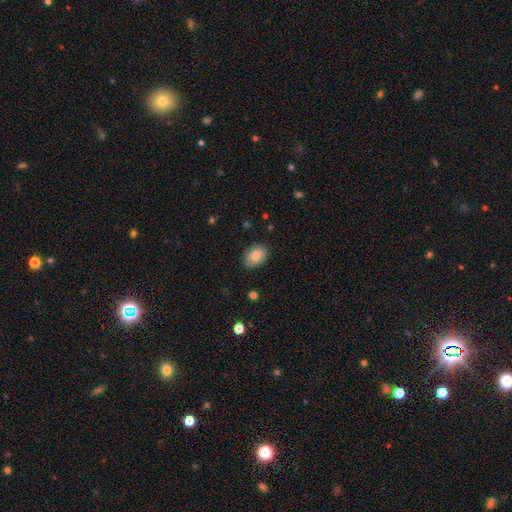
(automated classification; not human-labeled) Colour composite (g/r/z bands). It shows a smooth galaxy with no disk features (82%) that is in between round and cigar-shaped (79%). Merging: none (85%).